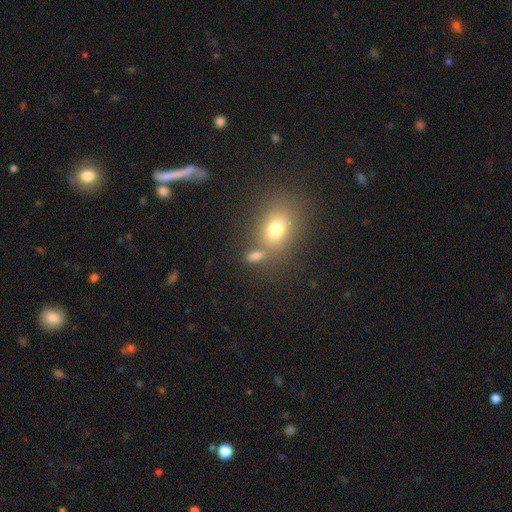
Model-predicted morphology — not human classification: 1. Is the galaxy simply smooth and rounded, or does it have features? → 75% smooth, 15% star or artifact, 10% featured or disk.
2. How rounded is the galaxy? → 73% in between, 18% round, 9% cigar-shaped.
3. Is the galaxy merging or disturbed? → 61% none, 22% merger, 11% minor disturbance, 6% major disturbance.